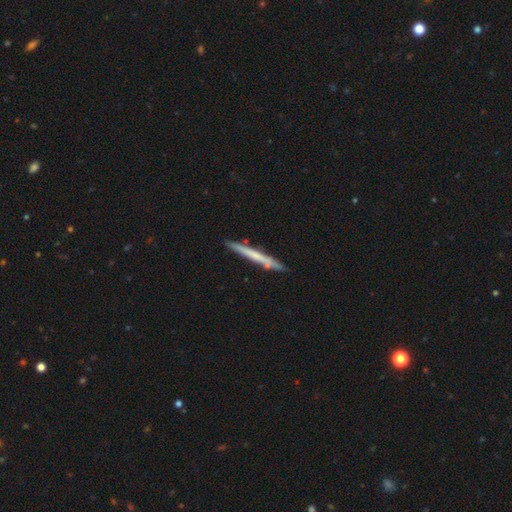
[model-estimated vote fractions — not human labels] Smooth or featured: smooth — 49% (featured or disk — 45%)
Merging: none — 85% (minor disturbance — 11%)